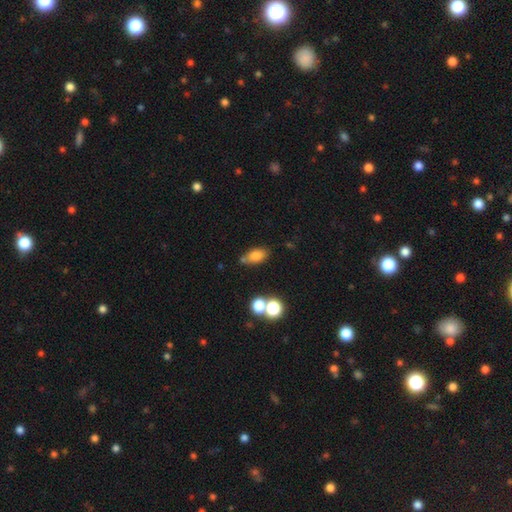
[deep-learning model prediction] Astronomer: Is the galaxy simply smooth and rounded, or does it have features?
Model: smooth — 78%.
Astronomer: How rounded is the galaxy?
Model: in between — 85%.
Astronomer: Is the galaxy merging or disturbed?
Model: none — 67%.